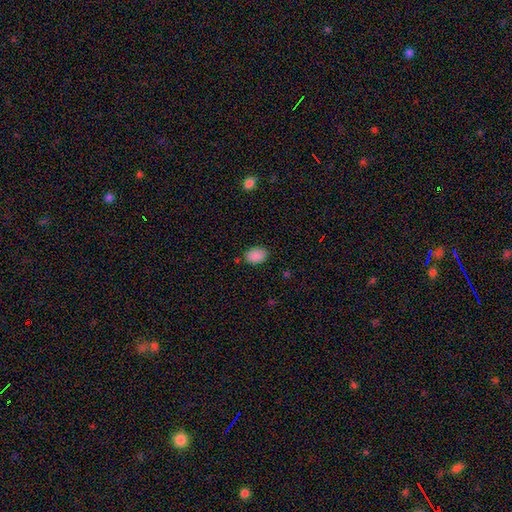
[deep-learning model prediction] Morphology: type=smooth (88%); roundness=in between (79%); merging=none (81%).